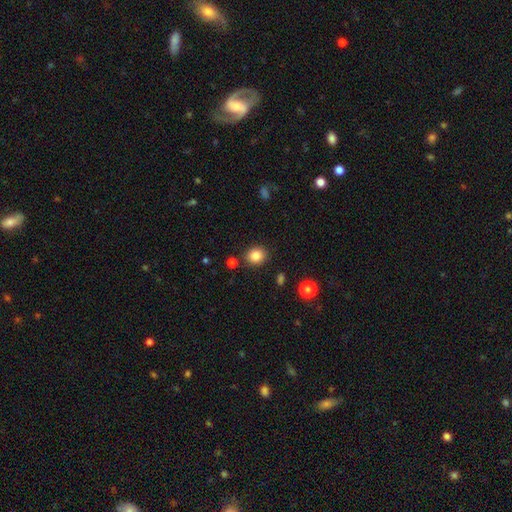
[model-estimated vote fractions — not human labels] Q: Smooth or featured?
A: smooth (85%); runner-up: star or artifact (10%)
Q: How rounded?
A: round (75%); runner-up: in between (24%)
Q: Merging?
A: none (86%); runner-up: minor disturbance (8%)